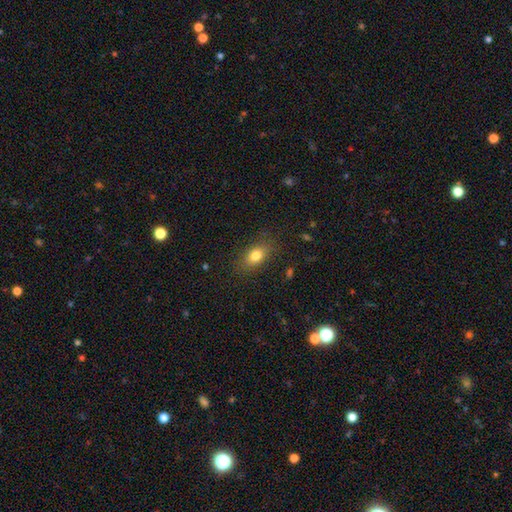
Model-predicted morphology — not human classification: A smooth galaxy with no disk features (80%) that is in between round and cigar-shaped (81%). Merging: none (83%).